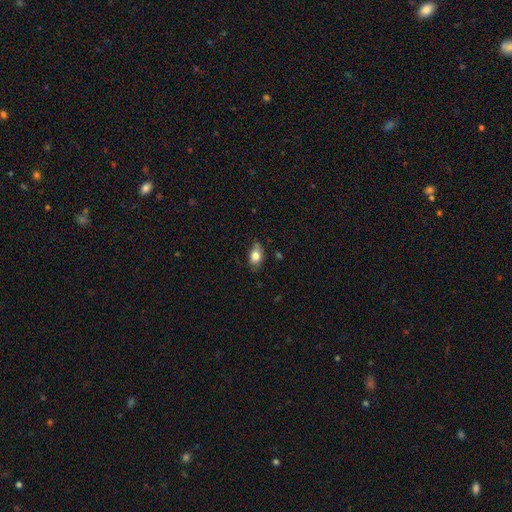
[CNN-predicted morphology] Smooth or featured?
  - smooth: 80% *
  - featured or disk: 12%
  - star or artifact: 8%
How rounded?
  - in between: 86% *
  - round: 11%
  - cigar-shaped: 3%
Merging?
  - none: 76% *
  - minor disturbance: 20%
  - major disturbance: 3%
  - merger: 1%